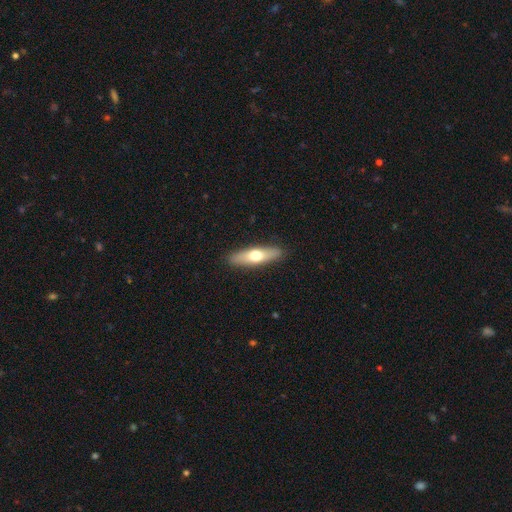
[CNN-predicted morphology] A smooth galaxy with no disk features (55%) that is cigar-shaped (67%). Merging: none (90%).